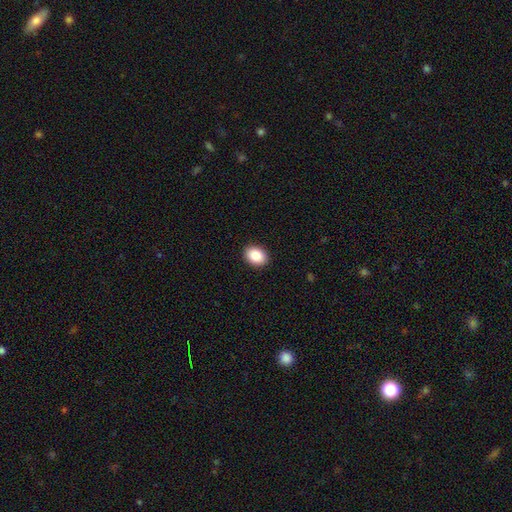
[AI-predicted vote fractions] Smooth or featured? smooth (86%)
How rounded? in between (67%)
Merging? none (91%)